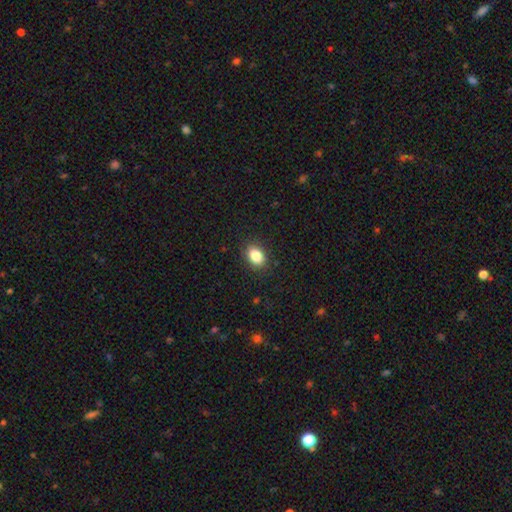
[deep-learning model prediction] The model was most divided on "how rounded": in between: 80%, round: 18%, cigar-shaped: 1%. More confident: merging — none (87%); smooth or featured — smooth (85%).